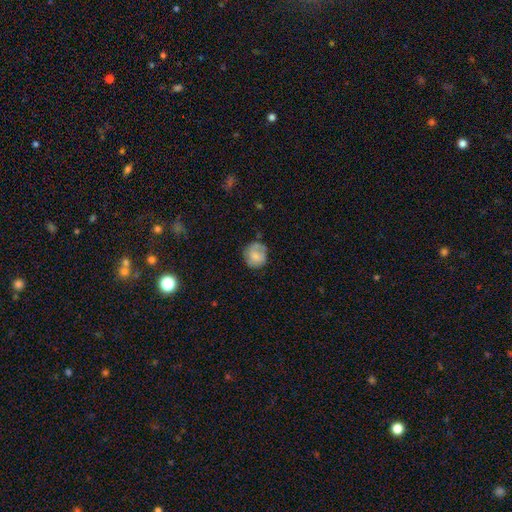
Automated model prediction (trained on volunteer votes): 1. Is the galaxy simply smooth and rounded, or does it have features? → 67% smooth, 25% featured or disk, 8% star or artifact.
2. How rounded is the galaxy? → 84% round, 15% in between, 1% cigar-shaped.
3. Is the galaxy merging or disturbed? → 65% none, 24% minor disturbance, 8% major disturbance, 3% merger.